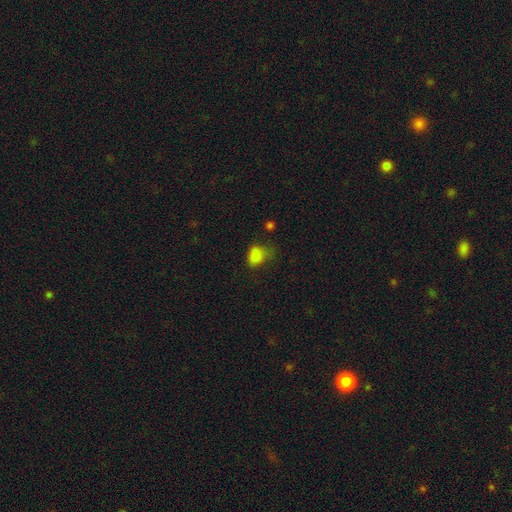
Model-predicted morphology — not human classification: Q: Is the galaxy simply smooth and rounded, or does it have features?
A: smooth — 79%.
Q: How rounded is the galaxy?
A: in between — 67%.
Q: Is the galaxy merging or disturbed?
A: none — 35%.